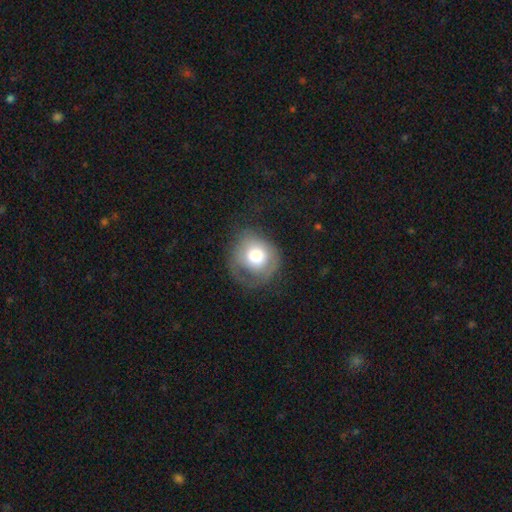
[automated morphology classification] A smooth galaxy with no disk features (63%) that is round (79%). Merging: none (45%).